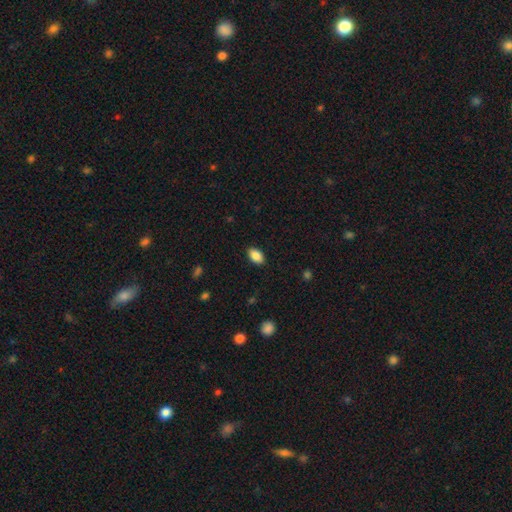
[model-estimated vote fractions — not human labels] Smooth or featured: smooth — 87% (star or artifact — 8%)
How rounded: in between — 91% (round — 7%)
Merging: none — 89% (minor disturbance — 8%)